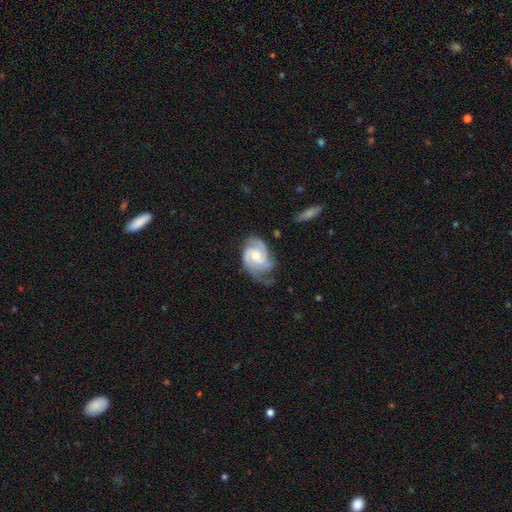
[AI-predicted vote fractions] Smooth or featured? featured or disk (87%)
Edge-on disk? no (98%)
Bar? no (59%)
Spiral arms? yes (97%)
Spiral winding? tight (51%)
Spiral arm count? 3 (41%)
Bulge size? moderate (55%)
Merging? none (57%)